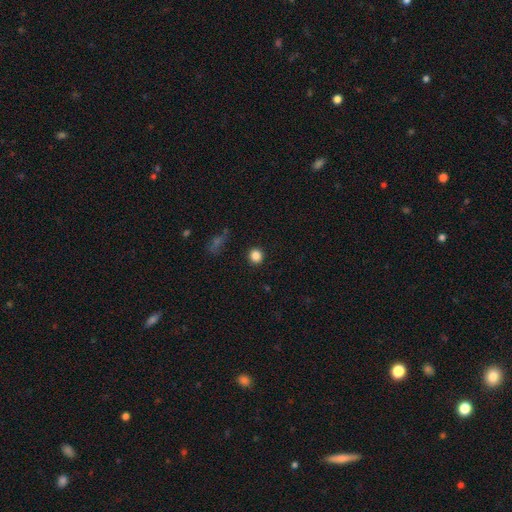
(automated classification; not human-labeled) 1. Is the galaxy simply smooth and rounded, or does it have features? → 85% smooth, 11% star or artifact, 4% featured or disk.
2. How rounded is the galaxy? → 90% round, 9% in between, 1% cigar-shaped.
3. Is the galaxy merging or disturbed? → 91% none, 5% minor disturbance, 2% major disturbance, 1% merger.